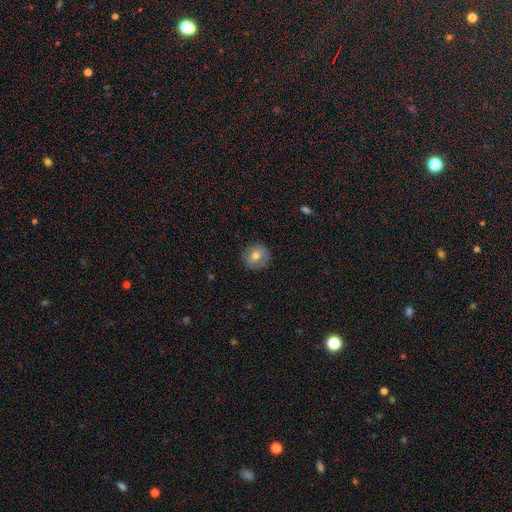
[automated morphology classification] Overall: smooth (69%). How rounded: round (90%). Merging: none (88%).